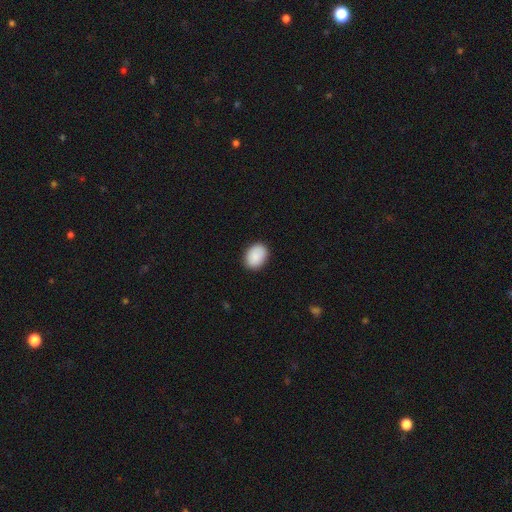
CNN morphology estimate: Smooth or featured?
  - smooth: 89% *
  - star or artifact: 7%
  - featured or disk: 4%
How rounded?
  - in between: 69% *
  - round: 30%
  - cigar-shaped: 1%
Merging?
  - none: 88% *
  - minor disturbance: 9%
  - major disturbance: 2%
  - merger: 1%